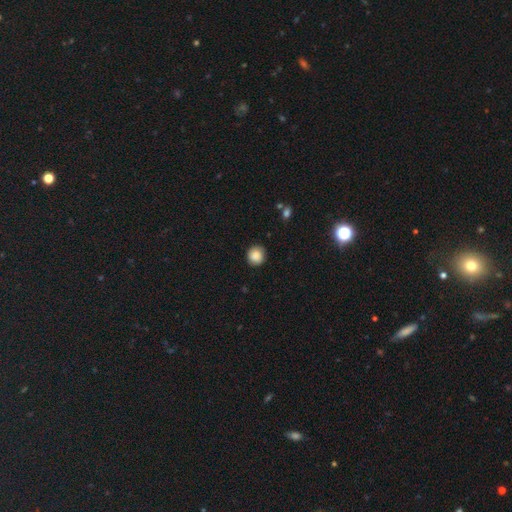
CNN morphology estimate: Smooth or featured?
  - smooth: 87% *
  - star or artifact: 9%
  - featured or disk: 4%
How rounded?
  - round: 92% *
  - in between: 7%
  - cigar-shaped: 1%
Merging?
  - none: 89% *
  - minor disturbance: 8%
  - major disturbance: 2%
  - merger: 1%